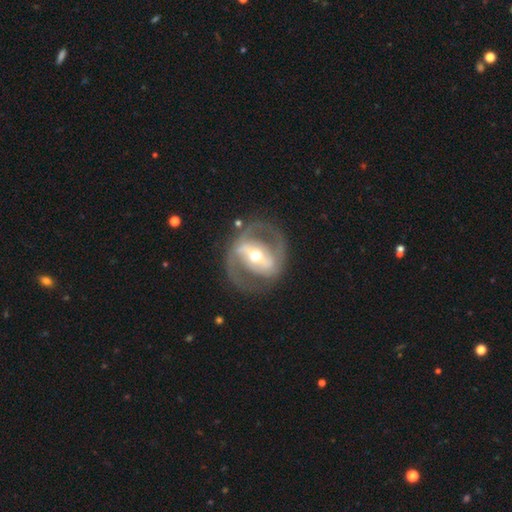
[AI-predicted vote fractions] featured or disk 84%, smooth 12%, star or artifact 5%. Down the decision tree: edge-on disk — no (95%); bar — strong (55%); spiral arms — yes (78%); spiral arm count — 2 (86%); spiral winding — medium (50%); bulge size — moderate (66%); merging — none (75%).